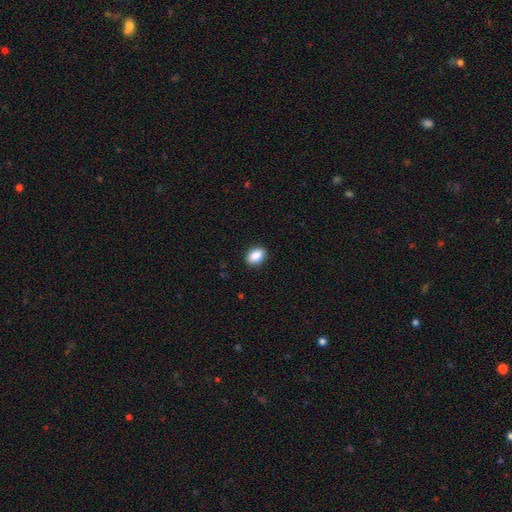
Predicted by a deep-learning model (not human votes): Smooth or featured? smooth (89%)
How rounded? in between (83%)
Merging? none (91%)